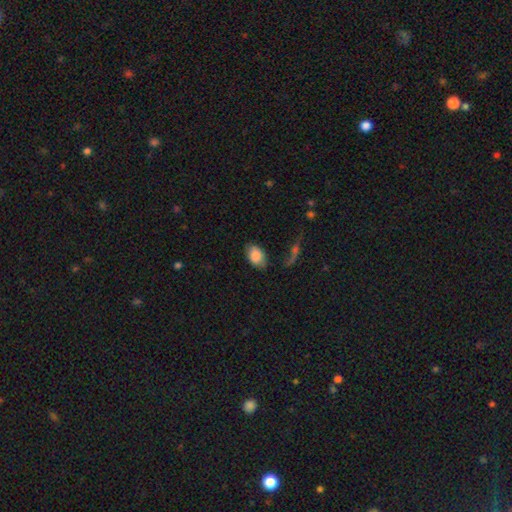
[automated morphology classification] smooth-or-featured: smooth: 84% | featured or disk: 9% | star or artifact: 7%
  how-rounded: in between: 89% | round: 10% | cigar-shaped: 1%
  merging: none: 72% | minor disturbance: 19% | major disturbance: 6% | merger: 4%